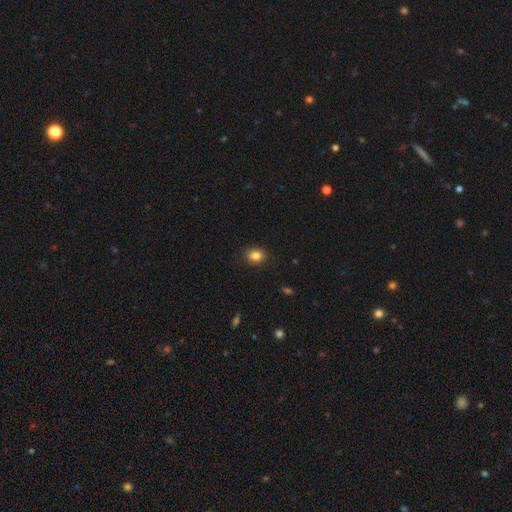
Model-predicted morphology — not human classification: A smooth galaxy with no disk features (84%) that is round (60%).

Vote fractions:
- Smooth or featured? smooth: 84% / star or artifact: 11% / featured or disk: 5%
- How rounded? round: 60% / in between: 39% / cigar-shaped: 1%
- Merging? none: 89% / minor disturbance: 8% / major disturbance: 2% / merger: 1%